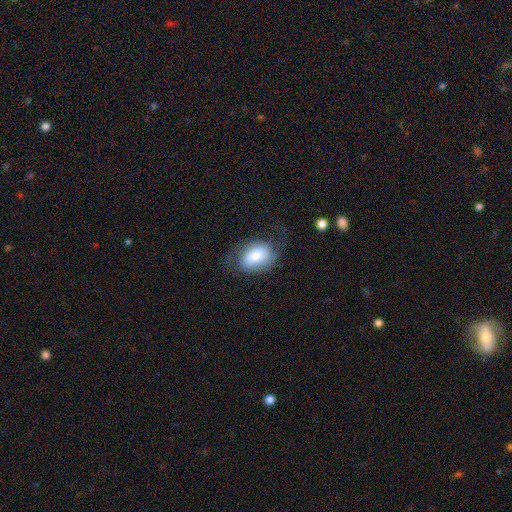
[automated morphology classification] This appears to be a smooth galaxy with no disk features (65%) that is in between round and cigar-shaped (84%). Merging: none (53%).